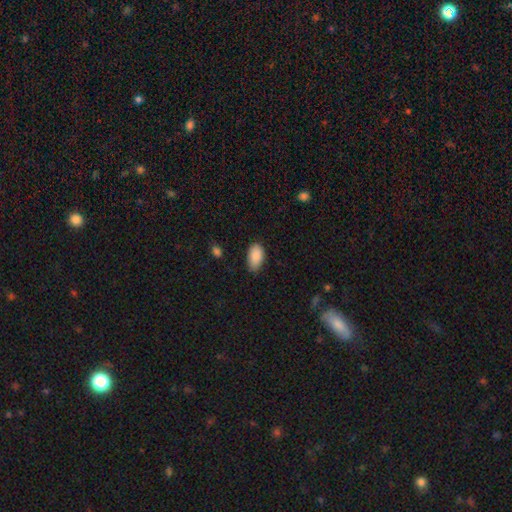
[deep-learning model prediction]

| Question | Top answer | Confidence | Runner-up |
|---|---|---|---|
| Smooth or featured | smooth | 89% | star or artifact (7%) |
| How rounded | in between | 94% | round (4%) |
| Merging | none | 76% | minor disturbance (20%) |